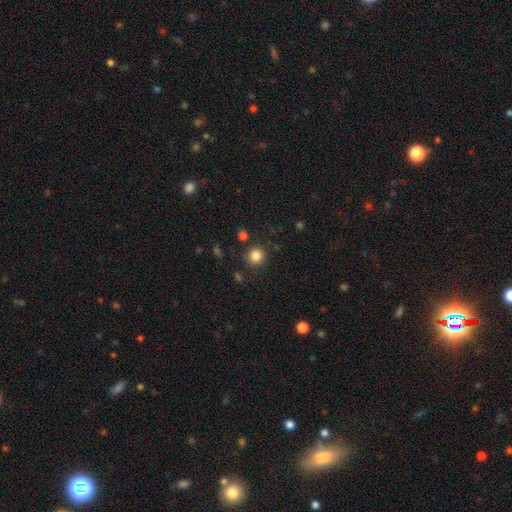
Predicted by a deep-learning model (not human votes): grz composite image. It shows a smooth galaxy with no disk features (84%) that is round (93%). Merging: none (87%).